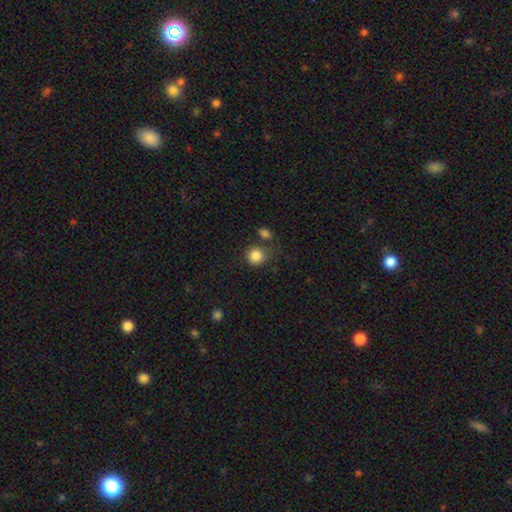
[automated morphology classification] smooth_or_featured: smooth (p=0.85) [alt: star or artifact p=0.10]
how_rounded: round (p=0.87) [alt: in between p=0.12]
merging: none (p=0.66) [alt: minor disturbance p=0.16]